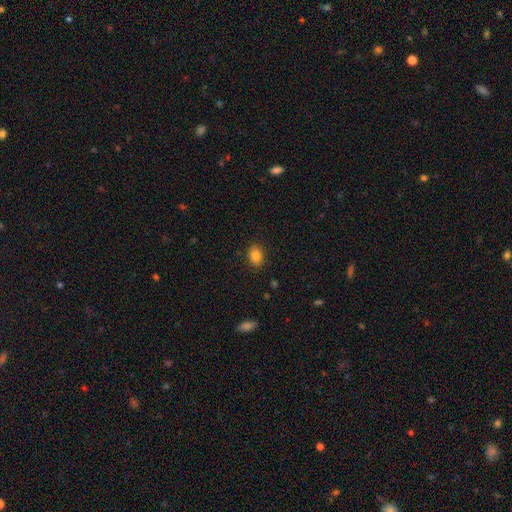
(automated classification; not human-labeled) Smooth or featured? Predicted: smooth (p=0.85). How rounded? Predicted: in between (p=0.71). Merging? Predicted: none (p=0.88).